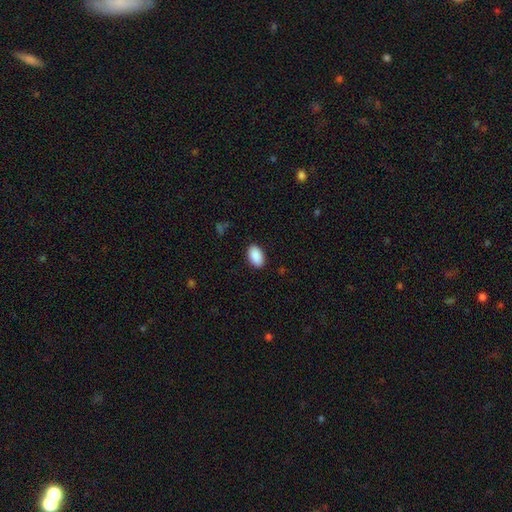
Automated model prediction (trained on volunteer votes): Q: Smooth or featured?
A: smooth (91%); runner-up: star or artifact (6%)
Q: How rounded?
A: in between (93%); runner-up: round (5%)
Q: Merging?
A: none (88%); runner-up: minor disturbance (9%)